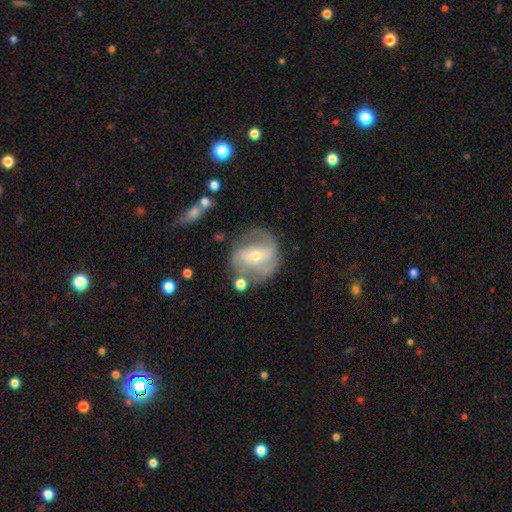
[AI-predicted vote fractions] The model was most divided on "bar": strong: 37%, weak: 36%, no: 27%. Remaining: edge-on disk — no (96%); spiral arms — yes (85%); smooth or featured — featured or disk (77%); spiral arm count — 2 (67%); merging — none (59%); bulge size — small (52%); spiral winding — medium (43%).